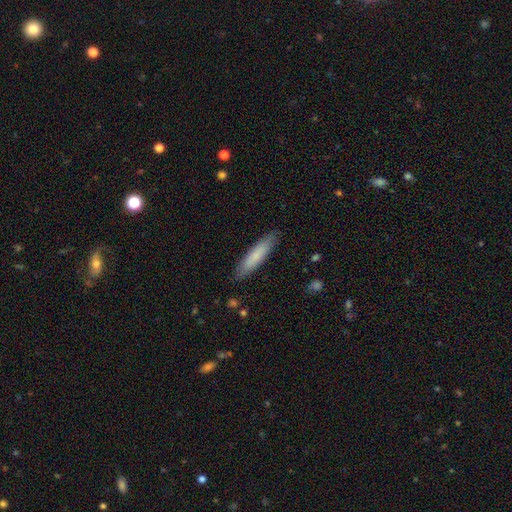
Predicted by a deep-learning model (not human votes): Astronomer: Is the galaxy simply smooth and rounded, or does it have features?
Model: smooth — 80%.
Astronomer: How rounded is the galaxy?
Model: cigar-shaped — 82%.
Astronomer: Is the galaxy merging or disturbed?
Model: none — 88%.